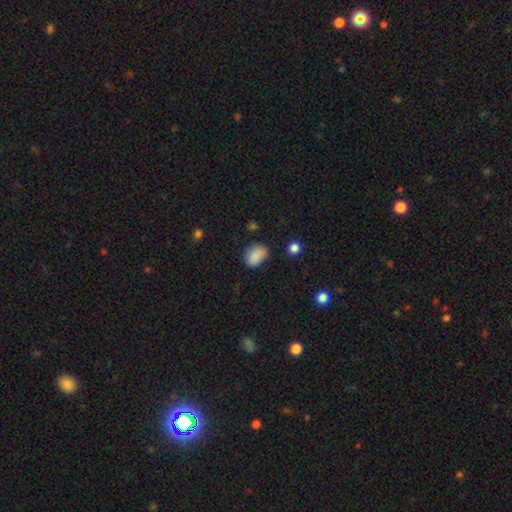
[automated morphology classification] smooth_or_featured: smooth (p=0.86) [alt: star or artifact p=0.09]
how_rounded: in between (p=0.69) [alt: round p=0.30]
merging: none (p=0.65) [alt: minor disturbance p=0.26]